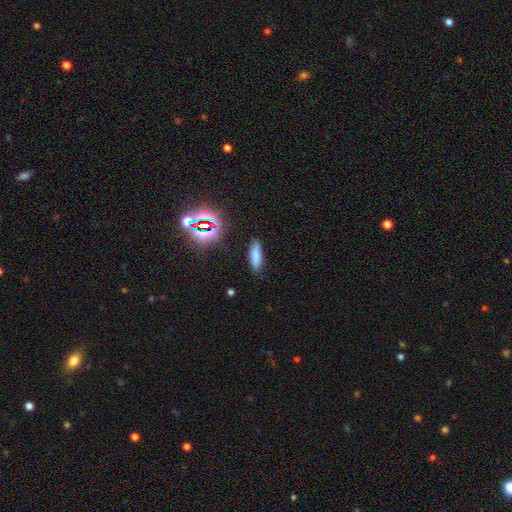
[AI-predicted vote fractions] smooth_or_featured: smooth (p=0.76) [alt: star or artifact p=0.15]
how_rounded: cigar-shaped (p=0.53) [alt: in between p=0.44]
merging: none (p=0.84) [alt: minor disturbance p=0.11]